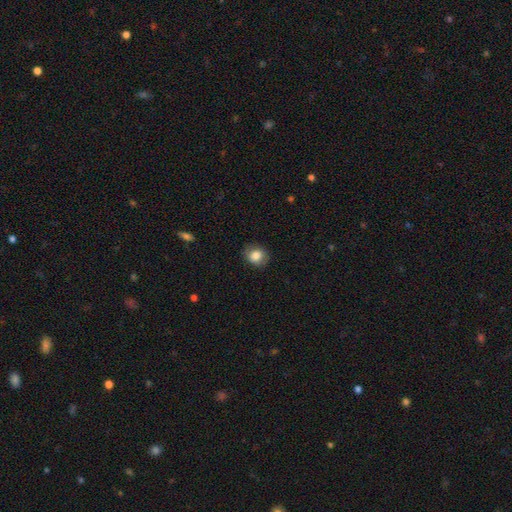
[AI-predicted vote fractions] Morphology: type=smooth (82%); roundness=round (64%); merging=none (79%).